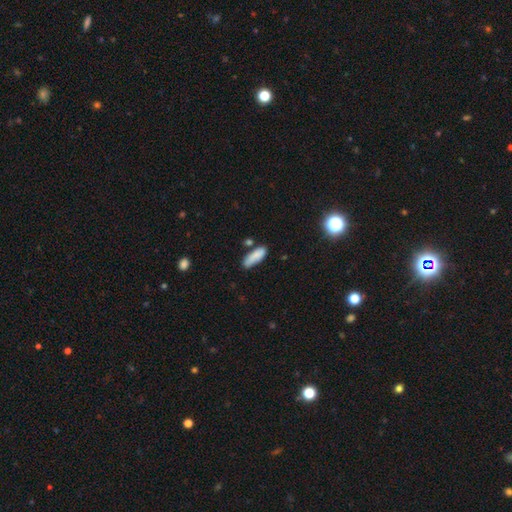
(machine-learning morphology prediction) Smooth or featured? smooth (83%)
How rounded? in between (61%)
Merging? none (60%)